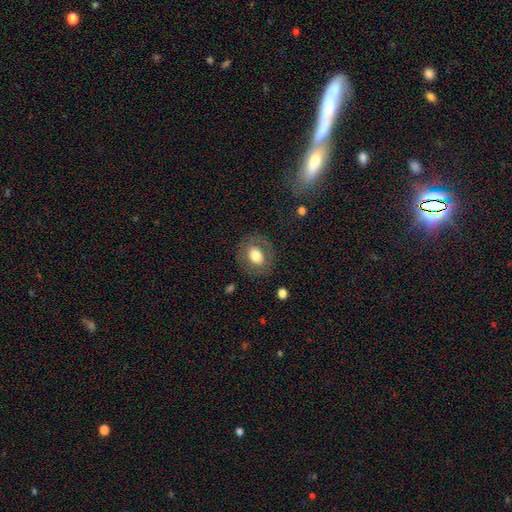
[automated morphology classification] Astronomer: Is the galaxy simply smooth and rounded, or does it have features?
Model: smooth — 67%.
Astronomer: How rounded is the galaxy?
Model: round — 54% (runner-up: in between, 45%).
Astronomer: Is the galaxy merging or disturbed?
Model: none — 79%.